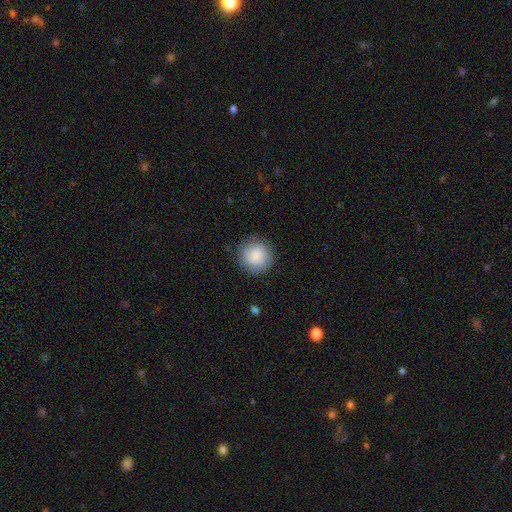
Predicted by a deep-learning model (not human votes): Overall: smooth (88%). How rounded: round (94%). Merging: none (87%).